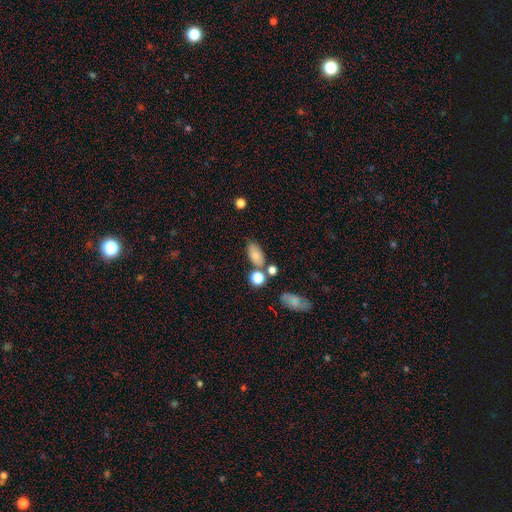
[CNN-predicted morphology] Smooth or featured? Predicted: smooth (p=0.75). How rounded? Predicted: in between (p=0.85). Merging? Predicted: none (p=0.60).